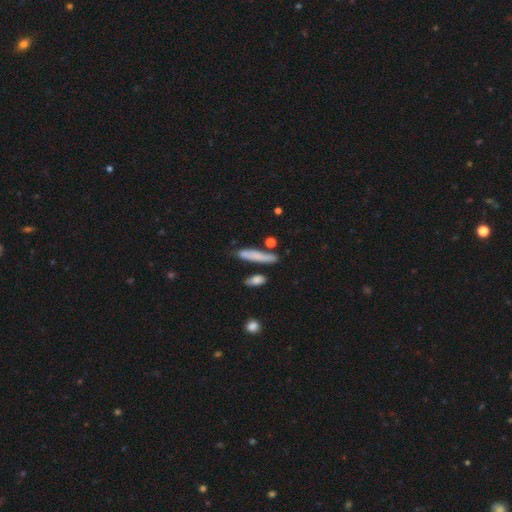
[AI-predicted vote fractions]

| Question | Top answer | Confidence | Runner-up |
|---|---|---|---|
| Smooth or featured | smooth | 72% | featured or disk (20%) |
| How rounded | cigar-shaped | 85% | in between (12%) |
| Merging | none | 70% | minor disturbance (18%) |